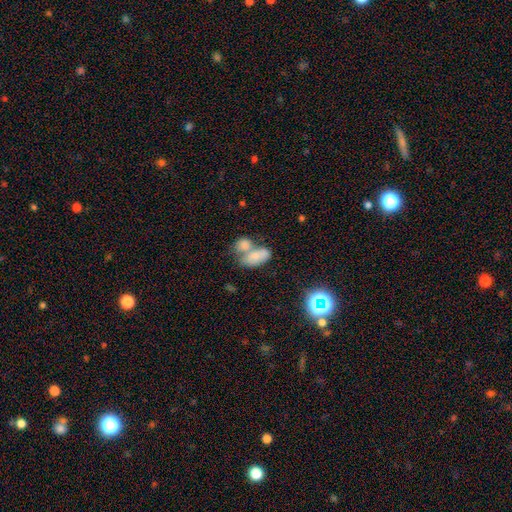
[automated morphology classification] A smooth galaxy with no disk features (73%) that is in between round and cigar-shaped (89%).

Vote fractions:
- Smooth or featured? smooth: 73% / featured or disk: 16% / star or artifact: 11%
- How rounded? in between: 89% / round: 8% / cigar-shaped: 3%
- Merging? merger: 66% / none: 19% / minor disturbance: 9% / major disturbance: 6%